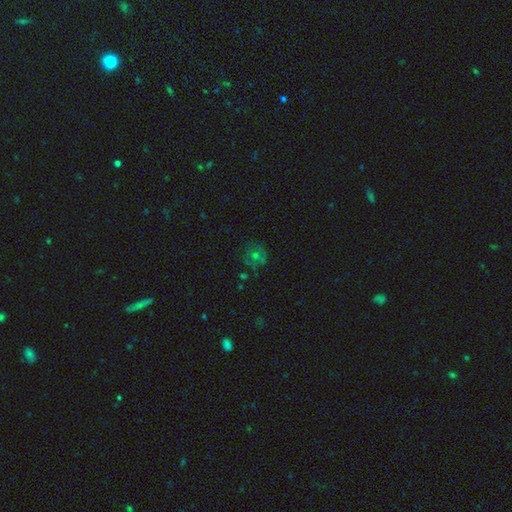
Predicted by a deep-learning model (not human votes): This is possibly a smooth galaxy (48%). Merging: likely none (74%).